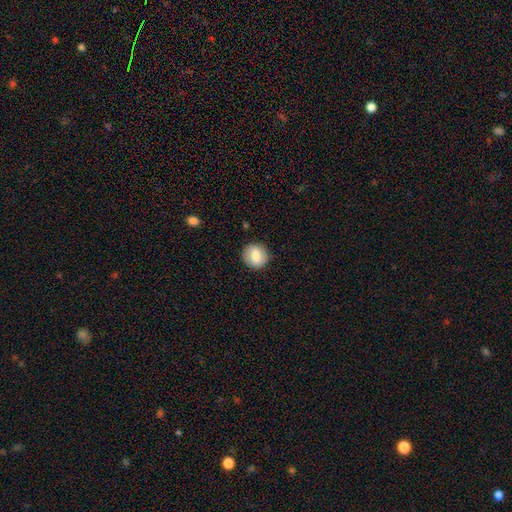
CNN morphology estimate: Smooth or featured?
  - smooth: 71% *
  - featured or disk: 21%
  - star or artifact: 8%
How rounded?
  - round: 86% *
  - in between: 13%
  - cigar-shaped: 1%
Merging?
  - none: 87% *
  - minor disturbance: 9%
  - major disturbance: 3%
  - merger: 1%